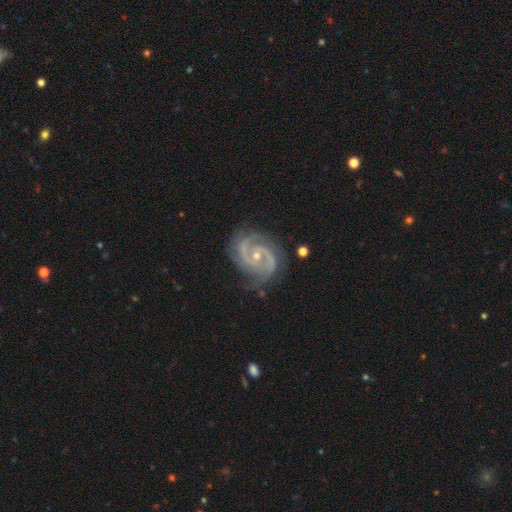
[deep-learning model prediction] smooth-or-featured: featured or disk: 92% | star or artifact: 5% | smooth: 3%
  disk-edge-on: no: 98% | yes: 2%
    bar: no: 56% | weak: 33% | strong: 12%
    has-spiral-arms: yes: 99% | no: 1%
      spiral-winding: medium: 48% | tight: 46% | loose: 7%
      spiral-arm-count: 2: 79% | 3: 11% | can't tell: 4% | 4: 2% | 1: 2% | more than 4: 2%
    bulge-size: small: 65% | moderate: 32% | none: 1% | large: 1% | dominant: 1%
  merging: none: 76% | minor disturbance: 17% | major disturbance: 5% | merger: 2%